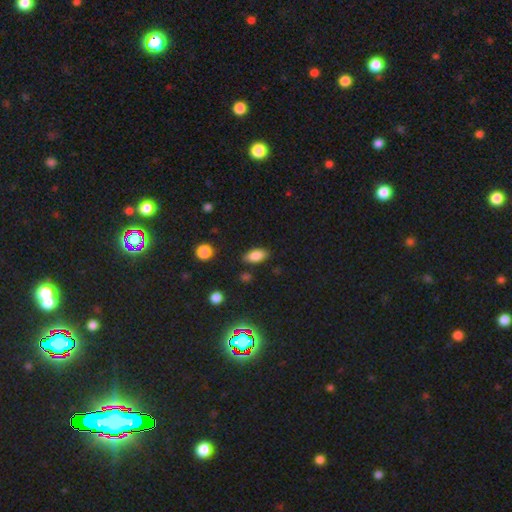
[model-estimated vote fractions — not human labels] Smooth or featured? smooth (83%)
How rounded? in between (89%)
Merging? none (83%)